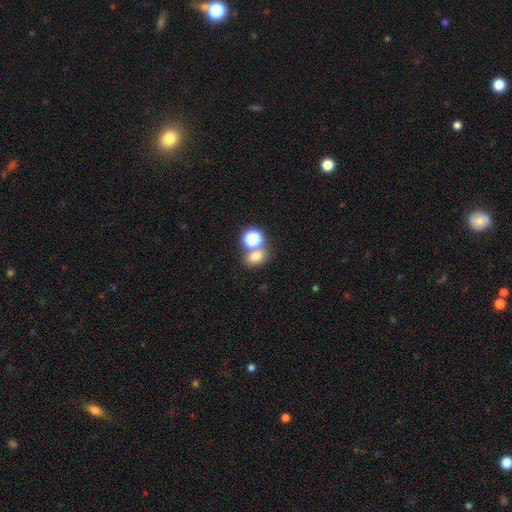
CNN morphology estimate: type=smooth (72%); roundness=in between (57%); merging=none (55%).